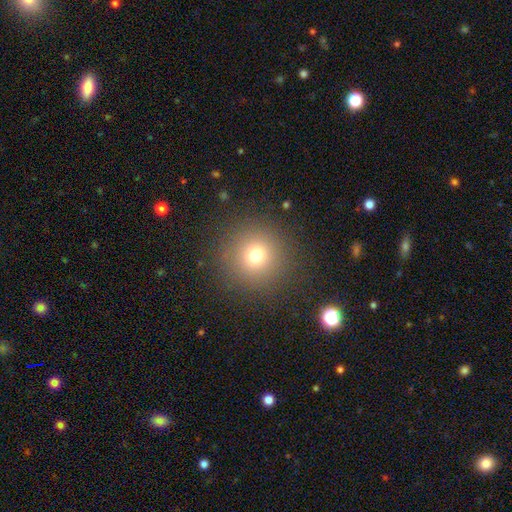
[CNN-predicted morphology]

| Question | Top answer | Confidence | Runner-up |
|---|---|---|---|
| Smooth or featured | smooth | 72% | star or artifact (18%) |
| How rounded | round | 95% | in between (4%) |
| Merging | none | 89% | minor disturbance (6%) |